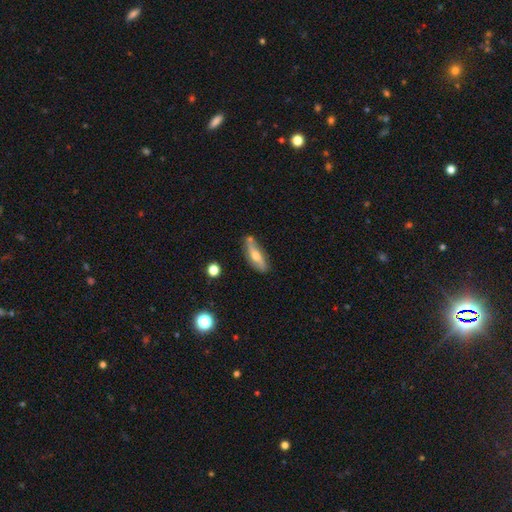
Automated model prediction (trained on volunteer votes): smooth-or-featured: smooth: 48% | featured or disk: 45% | star or artifact: 7%
  merging: none: 70% | minor disturbance: 19% | merger: 6% | major disturbance: 4%